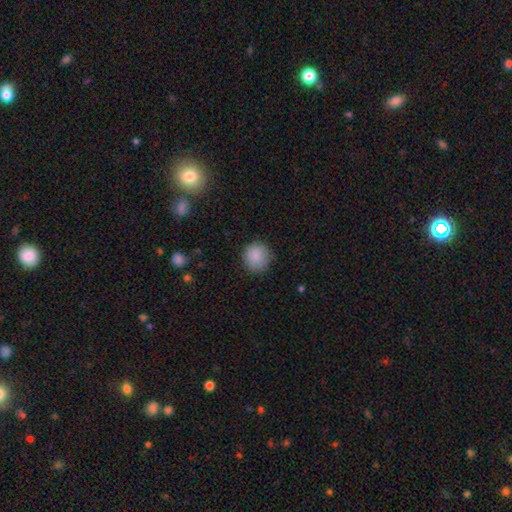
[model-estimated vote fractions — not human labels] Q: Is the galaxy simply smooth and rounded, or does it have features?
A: smooth — 87%.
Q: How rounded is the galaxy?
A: round — 91%.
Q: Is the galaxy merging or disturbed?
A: none — 86%.